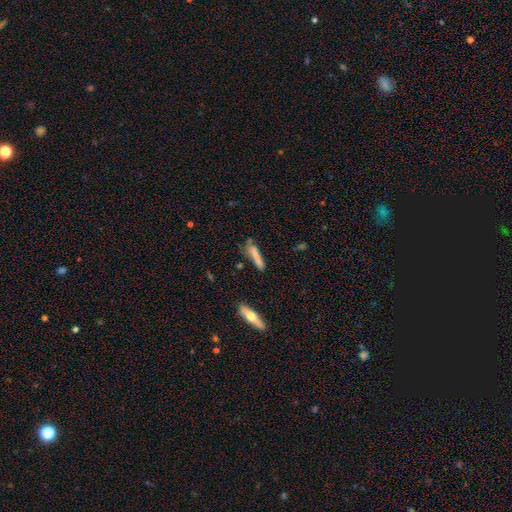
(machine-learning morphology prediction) smooth-or-featured: smooth: 71% | featured or disk: 21% | star or artifact: 8%
  how-rounded: cigar-shaped: 85% | in between: 13% | round: 2%
  merging: none: 56% | minor disturbance: 26% | major disturbance: 10% | merger: 7%